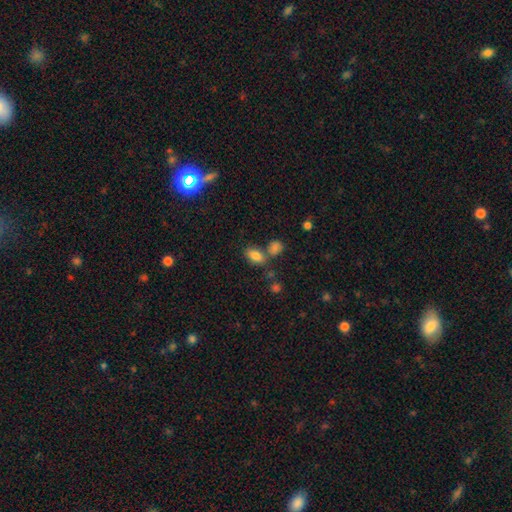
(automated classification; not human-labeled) Smooth or featured? Predicted: smooth (p=0.81). How rounded? Predicted: in between (p=0.88). Merging? Predicted: none (p=0.60).